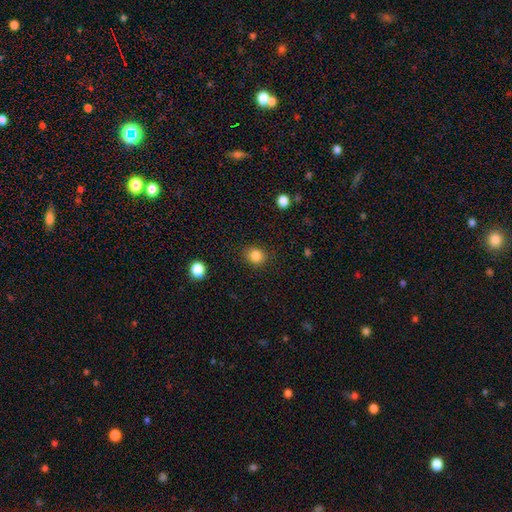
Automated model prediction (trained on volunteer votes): This appears to be a smooth galaxy with no disk features (85%) that is round (78%). Merging: none (87%).